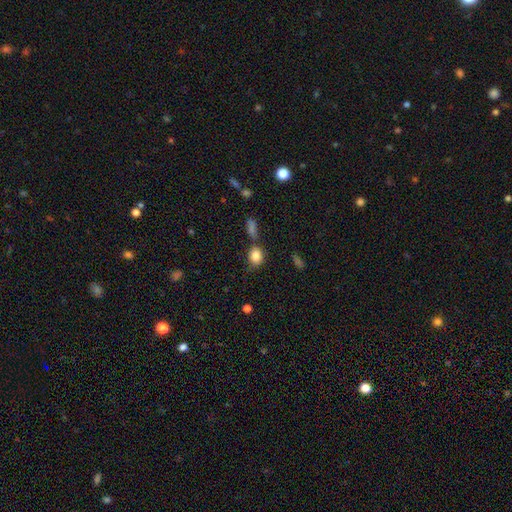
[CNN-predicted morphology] Q: Smooth or featured?
A: smooth (85%); runner-up: star or artifact (9%)
Q: How rounded?
A: in between (53%); runner-up: round (45%)
Q: Merging?
A: none (61%); runner-up: minor disturbance (17%)